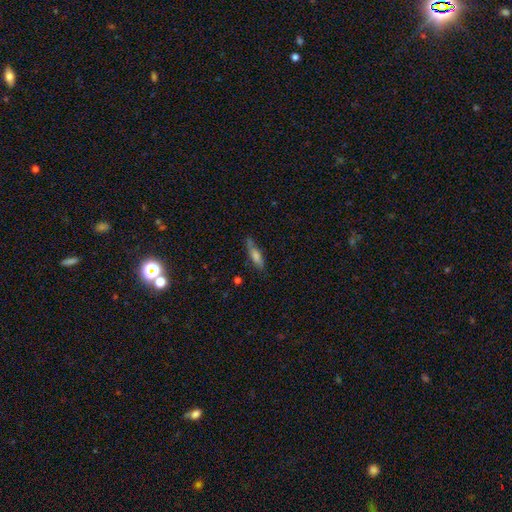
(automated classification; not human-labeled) The model was most divided on "smooth or featured": smooth: 59%, featured or disk: 32%, star or artifact: 9%. More confident: how rounded — cigar-shaped (72%); merging — none (71%).